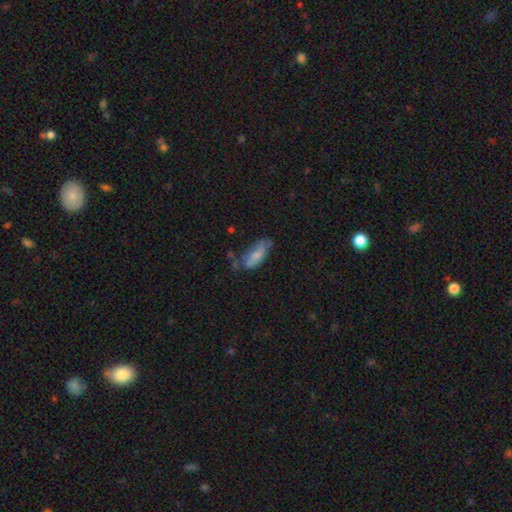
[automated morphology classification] This is likely a smooth galaxy (69%). How rounded: likely in between (75%). Merging: marginally none (44%).